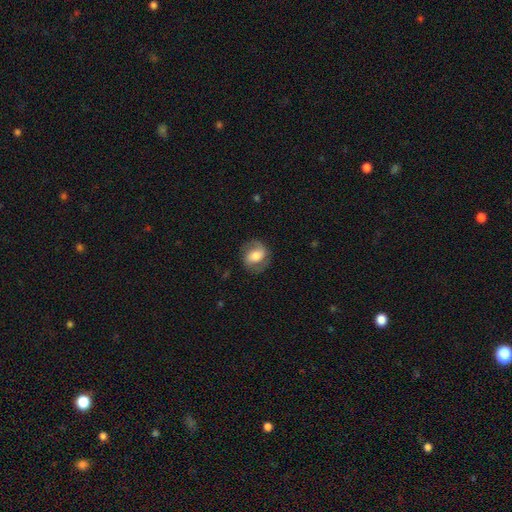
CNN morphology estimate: type=featured or disk (52%); edge-on=no (96%); bar=weak (38%); spiral arms=yes (81%); bulge=moderate (44%); merging=none (75%).